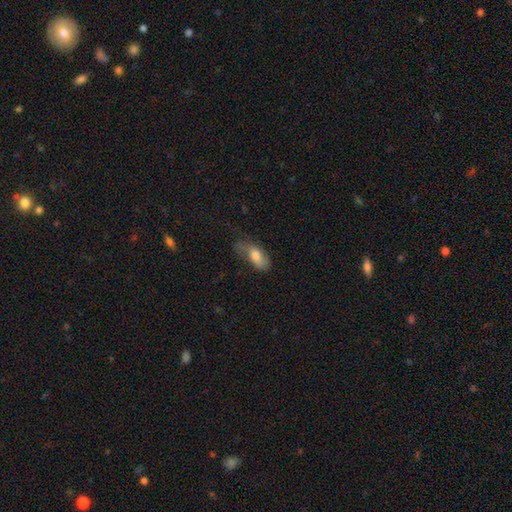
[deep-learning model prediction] Smooth or featured: smooth — 73% (featured or disk — 20%)
How rounded: in between — 86% (cigar-shaped — 11%)
Merging: none — 38% (minor disturbance — 36%)